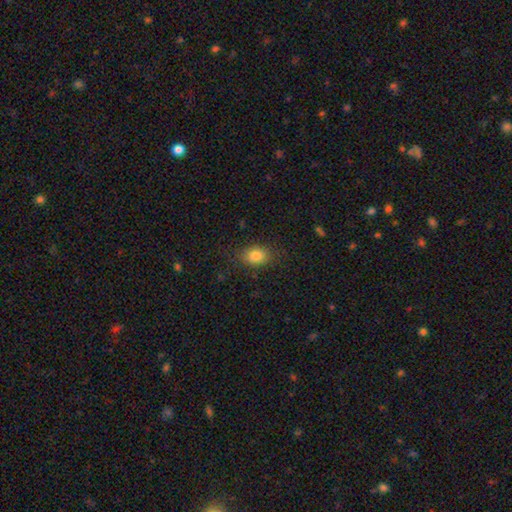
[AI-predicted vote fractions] This appears to be a smooth galaxy with no disk features (84%) that is in between round and cigar-shaped (69%). Merging: none (81%).